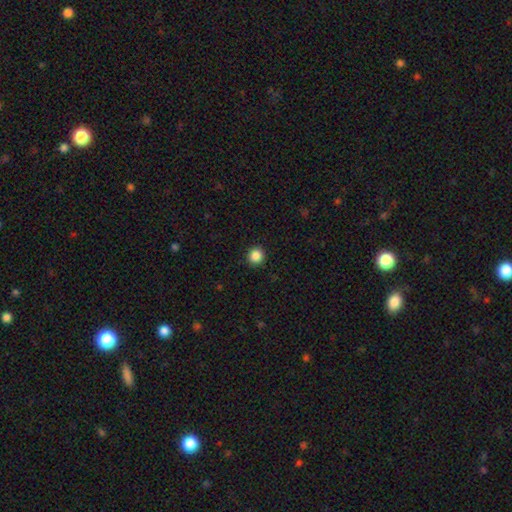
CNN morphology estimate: Smooth or featured?
  - smooth: 87% *
  - star or artifact: 10%
  - featured or disk: 3%
How rounded?
  - round: 94% *
  - in between: 5%
  - cigar-shaped: 1%
Merging?
  - none: 92% *
  - minor disturbance: 5%
  - major disturbance: 2%
  - merger: 1%